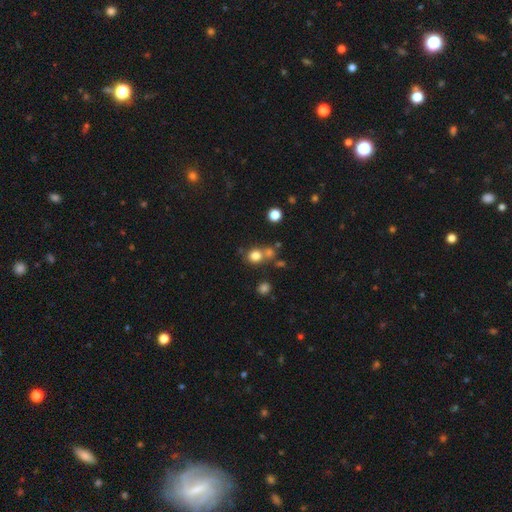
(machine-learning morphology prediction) This is likely a smooth galaxy (78%). How rounded: clearly round (82%). Merging: possibly none (59%).